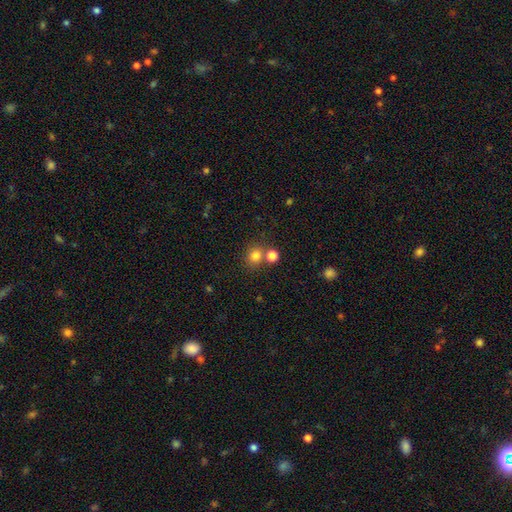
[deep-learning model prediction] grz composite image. It shows a smooth galaxy with no disk features (80%) that is round (82%). Merging: none (64%).